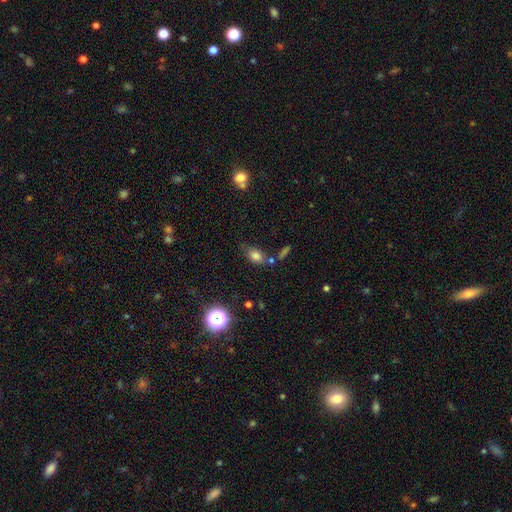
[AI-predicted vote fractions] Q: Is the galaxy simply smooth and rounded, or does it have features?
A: smooth — 77%.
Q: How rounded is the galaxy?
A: in between — 78%.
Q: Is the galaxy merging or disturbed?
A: none — 60%.